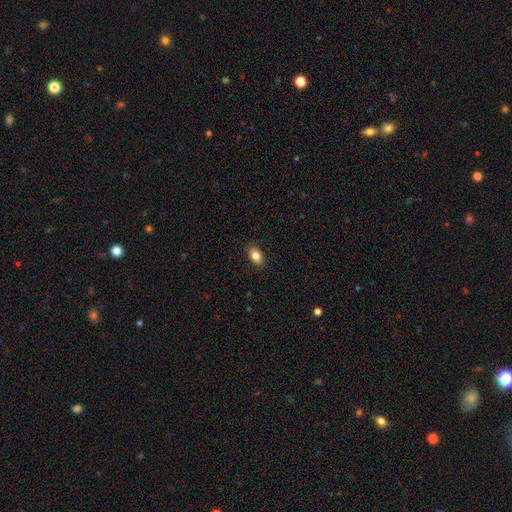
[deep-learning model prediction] Morphology: type=smooth (82%); roundness=in between (88%); merging=none (88%).